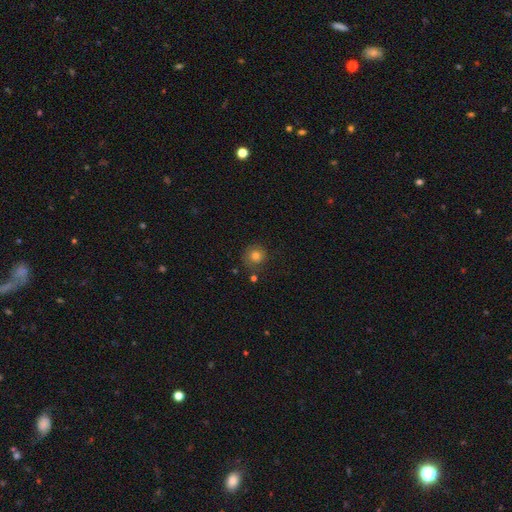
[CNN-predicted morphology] Q: Smooth or featured?
A: smooth (78%); runner-up: star or artifact (12%)
Q: How rounded?
A: round (90%); runner-up: in between (9%)
Q: Merging?
A: none (78%); runner-up: minor disturbance (14%)